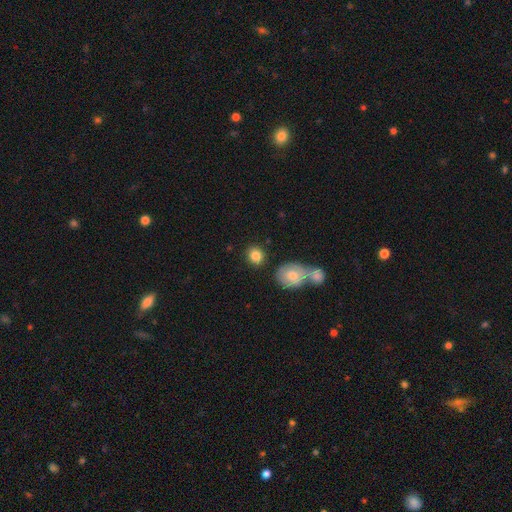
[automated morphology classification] Smooth or featured? smooth (84%)
How rounded? round (73%)
Merging? none (81%)